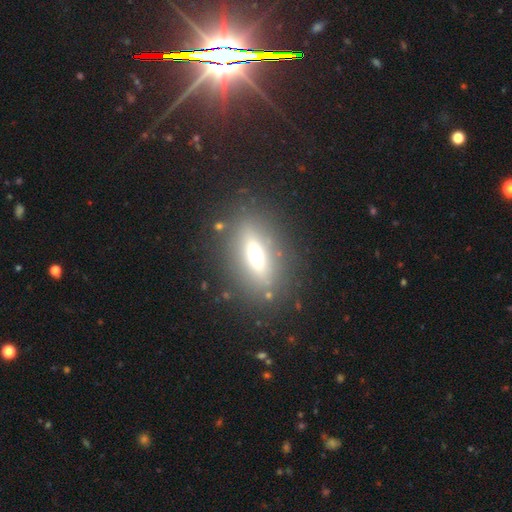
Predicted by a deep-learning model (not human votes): Smooth or featured? featured or disk (47%)
Merging? none (83%)